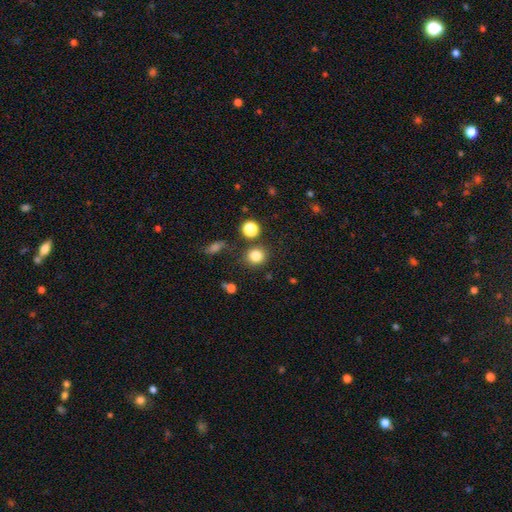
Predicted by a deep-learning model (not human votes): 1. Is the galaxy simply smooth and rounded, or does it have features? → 82% smooth, 13% star or artifact, 6% featured or disk.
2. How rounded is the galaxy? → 85% round, 14% in between, 1% cigar-shaped.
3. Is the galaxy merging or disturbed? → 82% none, 9% minor disturbance, 6% merger, 3% major disturbance.